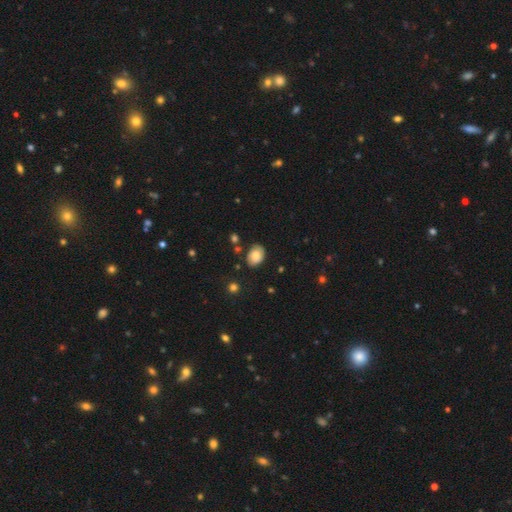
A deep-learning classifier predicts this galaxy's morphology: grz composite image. It shows a smooth galaxy with no disk features (77%) that is in between round and cigar-shaped (74%). Merging: none (80%).